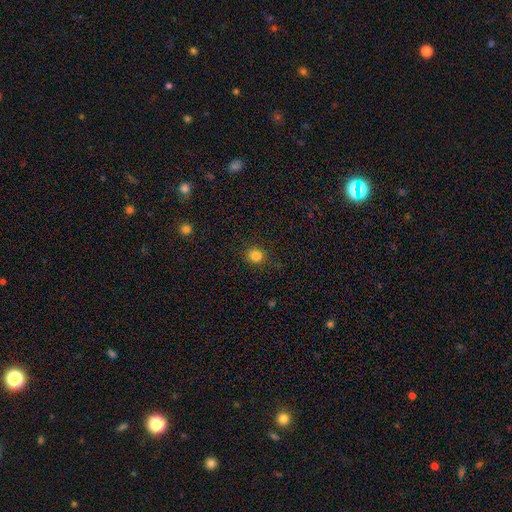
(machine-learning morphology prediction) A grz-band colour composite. It shows a smooth galaxy with no disk features (83%) that is round (84%). Merging: none (88%).